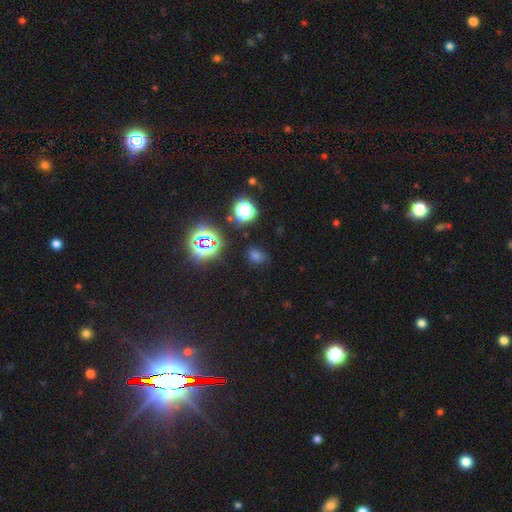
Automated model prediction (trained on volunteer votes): Smooth or featured? Predicted: smooth (p=0.54). How rounded? Predicted: round (p=0.51). Merging? Predicted: none (p=0.82).